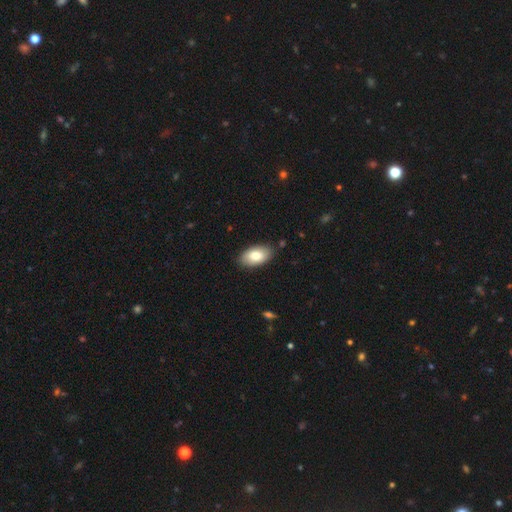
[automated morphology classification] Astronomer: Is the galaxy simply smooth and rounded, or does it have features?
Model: smooth — 82%.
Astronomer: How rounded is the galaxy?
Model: in between — 94%.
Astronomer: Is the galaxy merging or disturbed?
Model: none — 86%.